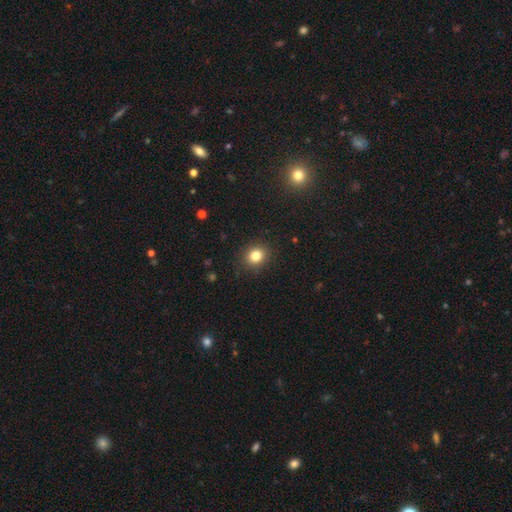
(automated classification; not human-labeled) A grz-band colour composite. It shows a smooth galaxy with no disk features (82%) that is round (70%). Merging: none (89%).